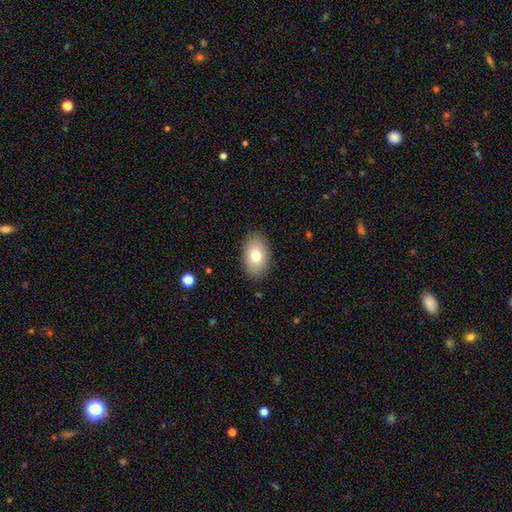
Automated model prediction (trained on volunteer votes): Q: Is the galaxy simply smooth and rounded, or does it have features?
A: smooth — 78%.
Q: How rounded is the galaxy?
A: in between — 90%.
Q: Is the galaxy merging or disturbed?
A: none — 88%.